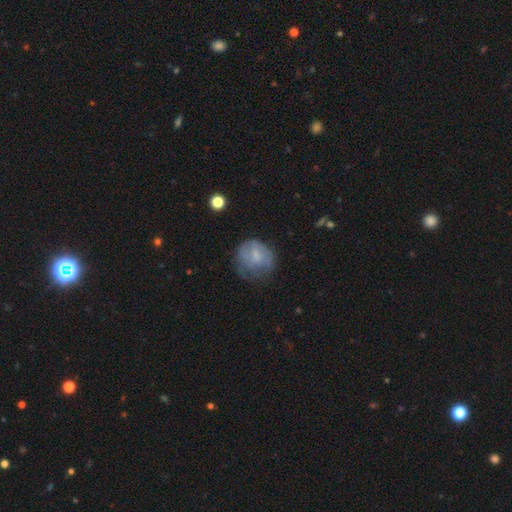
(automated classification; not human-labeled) Smooth or featured? smooth (57%)
How rounded? round (74%)
Merging? none (46%)